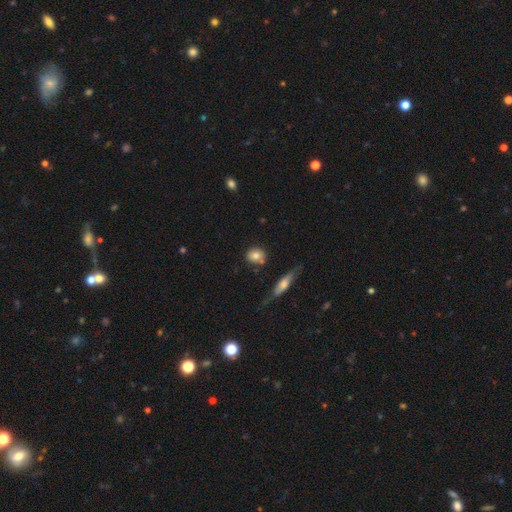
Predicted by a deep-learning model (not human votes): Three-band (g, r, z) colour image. It shows a smooth galaxy with no disk features (78%) that is round (75%). Merging: none (74%).